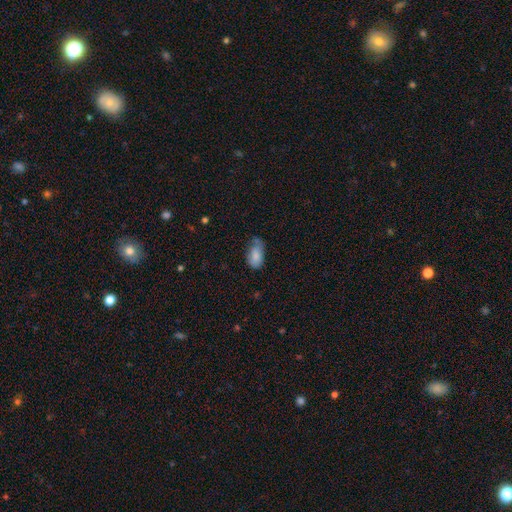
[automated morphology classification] smooth_or_featured: smooth (p=0.81) [alt: featured or disk p=0.12]
how_rounded: in between (p=0.92) [alt: round p=0.05]
merging: none (p=0.42) [alt: minor disturbance p=0.40]